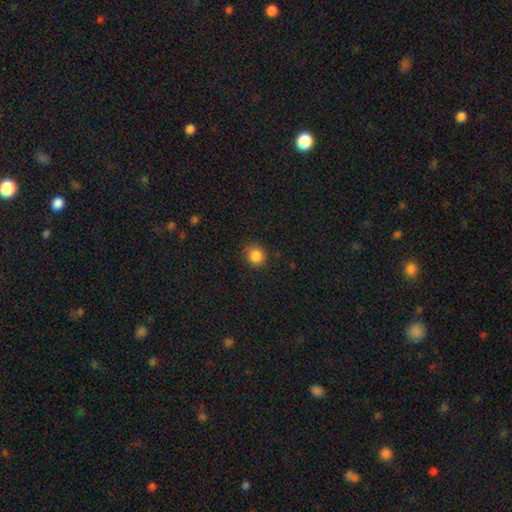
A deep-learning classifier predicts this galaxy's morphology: Smooth or featured? Predicted: smooth (p=0.86). How rounded? Predicted: round (p=0.87). Merging? Predicted: none (p=0.83).